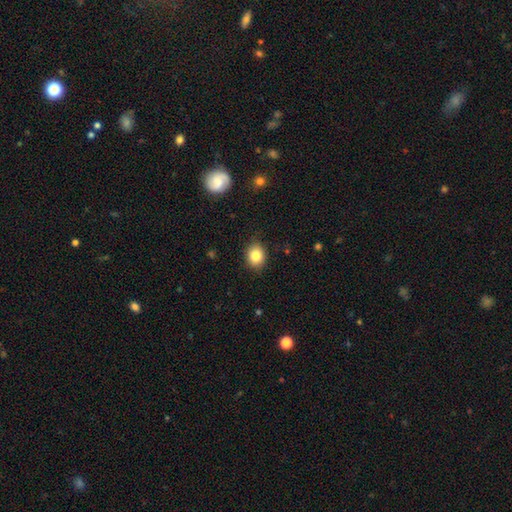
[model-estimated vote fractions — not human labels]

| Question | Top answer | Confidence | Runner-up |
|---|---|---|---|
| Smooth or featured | smooth | 84% | star or artifact (10%) |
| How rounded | round | 56% | in between (43%) |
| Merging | none | 86% | minor disturbance (11%) |